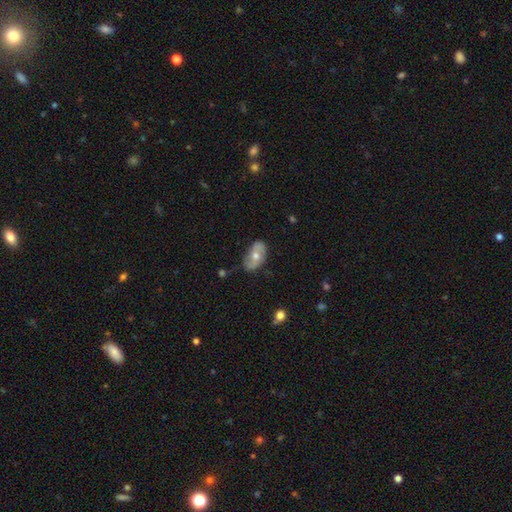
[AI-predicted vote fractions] Smooth or featured? Predicted: featured or disk (p=0.54). Edge-on disk? Predicted: no (p=0.90). Merging? Predicted: none (p=0.73).